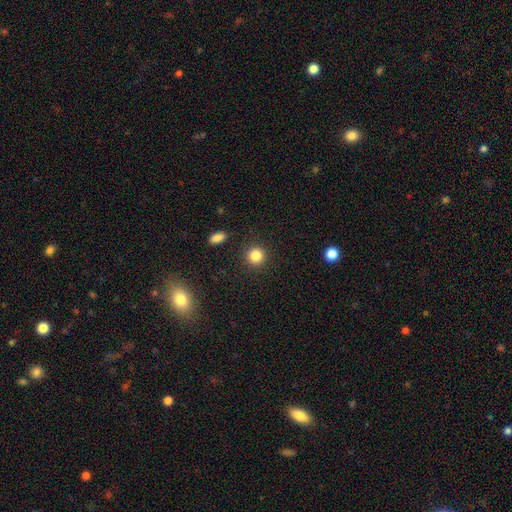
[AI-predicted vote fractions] A smooth galaxy with no disk features (84%) that is round (92%). Merging: none (90%).